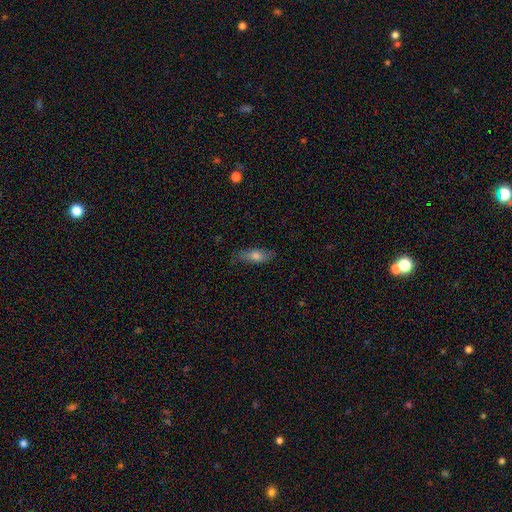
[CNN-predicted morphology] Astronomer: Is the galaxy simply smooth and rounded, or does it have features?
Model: smooth — 68%.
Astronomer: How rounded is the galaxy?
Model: in between — 63%.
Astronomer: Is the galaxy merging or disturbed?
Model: none — 75%.